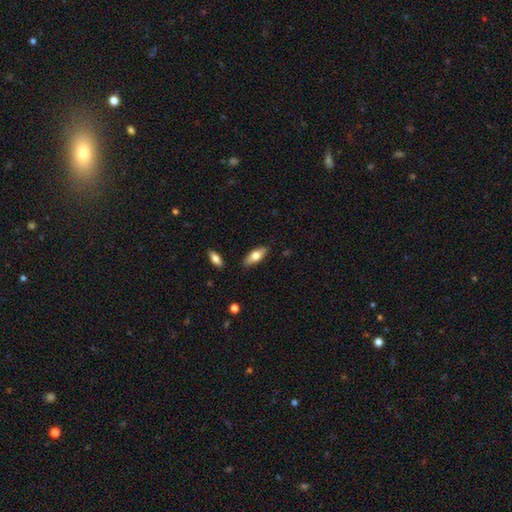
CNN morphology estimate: Smooth or featured? smooth (64%)
How rounded? in between (70%)
Merging? none (85%)